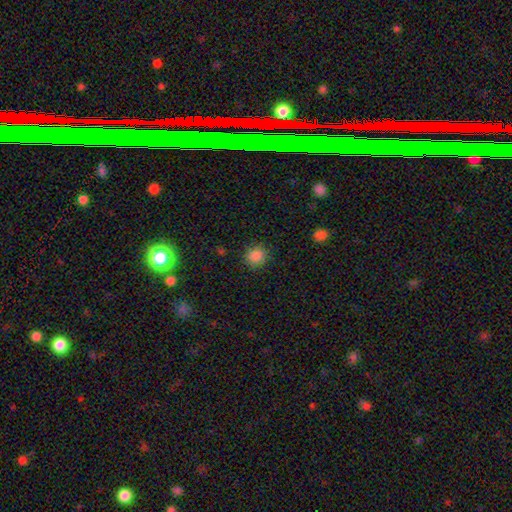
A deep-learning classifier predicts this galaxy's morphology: type=smooth (86%); roundness=round (87%); merging=none (87%).